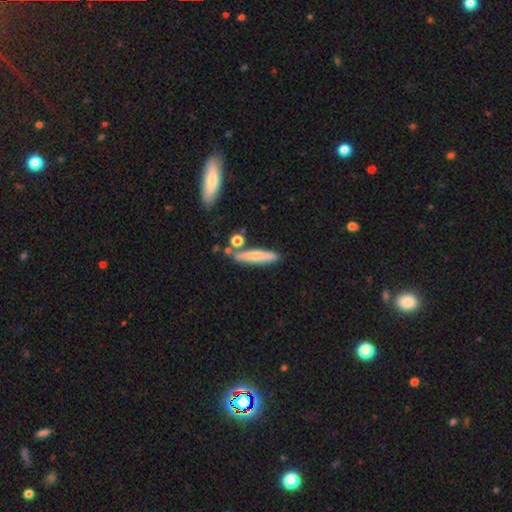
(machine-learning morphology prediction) This is likely a smooth galaxy (66%). How rounded: clearly cigar-shaped (85%). Merging: likely none (73%).